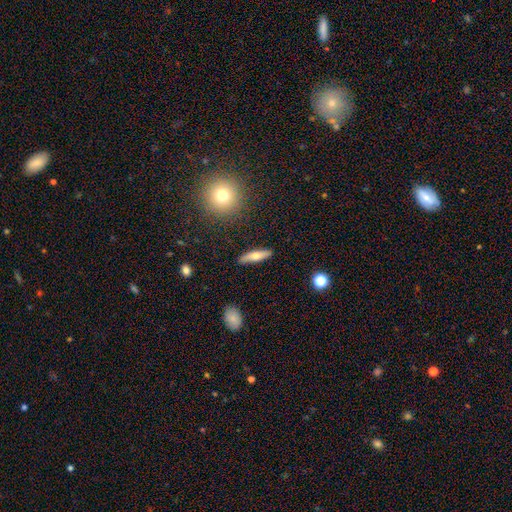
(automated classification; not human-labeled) Morphology: type=smooth (54%); roundness=cigar-shaped (73%); merging=none (88%).